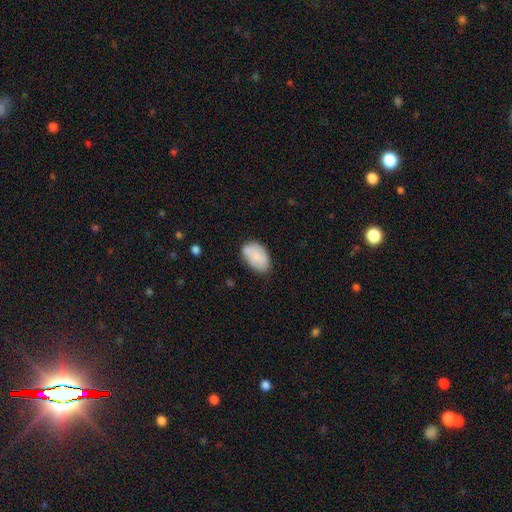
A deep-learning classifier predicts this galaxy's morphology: Smooth or featured: smooth — 83% (featured or disk — 10%)
How rounded: in between — 91% (round — 8%)
Merging: none — 67% (minor disturbance — 25%)